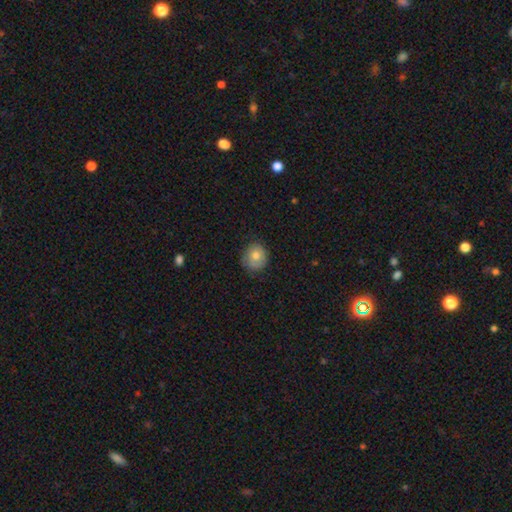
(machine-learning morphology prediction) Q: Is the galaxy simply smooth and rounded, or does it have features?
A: smooth — 77%.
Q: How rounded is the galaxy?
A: round — 82%.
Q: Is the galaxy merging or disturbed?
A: none — 80%.